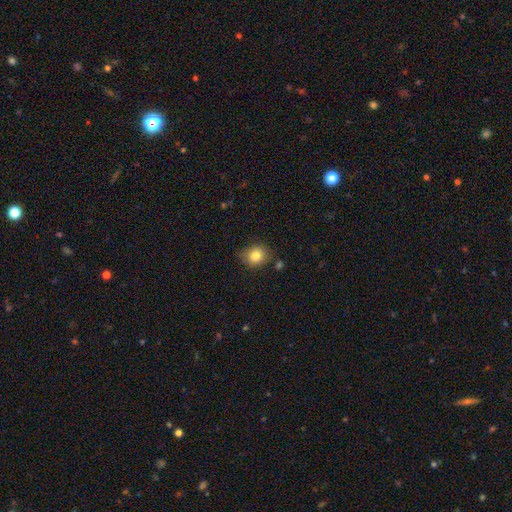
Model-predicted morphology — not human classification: Q: Smooth or featured?
A: smooth (83%); runner-up: star or artifact (10%)
Q: How rounded?
A: round (79%); runner-up: in between (20%)
Q: Merging?
A: none (78%); runner-up: minor disturbance (15%)